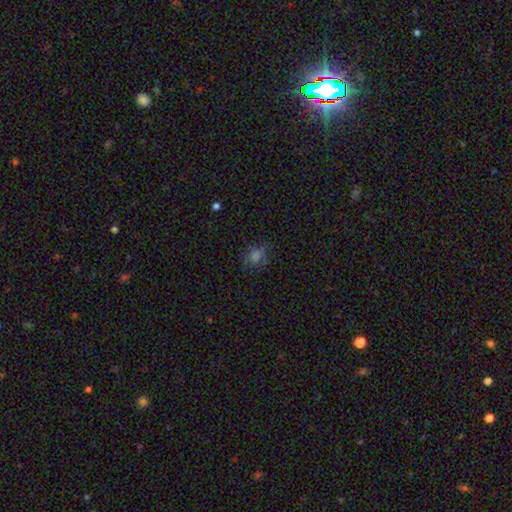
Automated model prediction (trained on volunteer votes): Smooth or featured: smooth — 61% (star or artifact — 28%)
How rounded: round — 65% (in between — 34%)
Merging: none — 73% (minor disturbance — 18%)